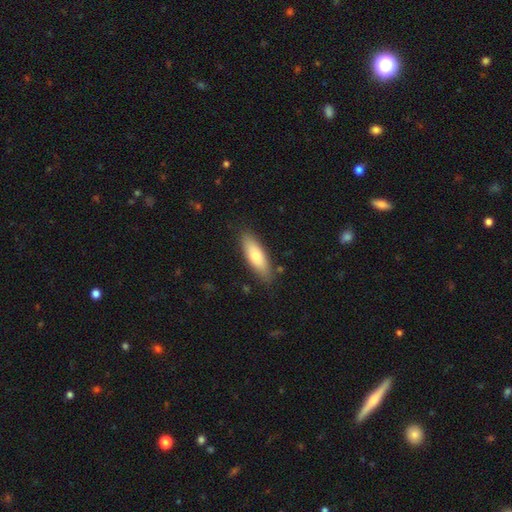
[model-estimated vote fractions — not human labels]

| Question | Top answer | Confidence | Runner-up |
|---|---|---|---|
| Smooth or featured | smooth | 72% | featured or disk (23%) |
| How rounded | in between | 59% | cigar-shaped (39%) |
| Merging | none | 84% | minor disturbance (12%) |